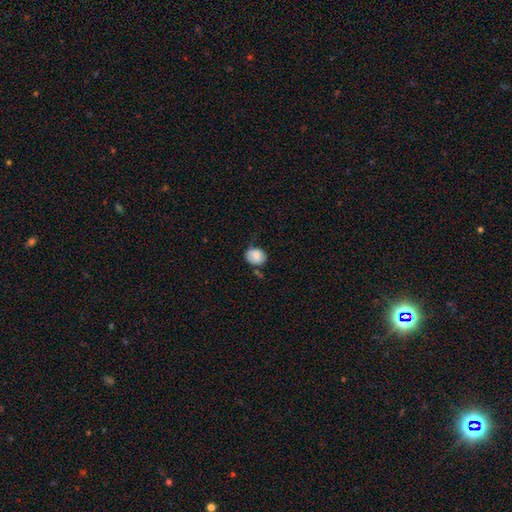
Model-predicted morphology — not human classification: Overall: smooth (76%). How rounded: round (53%; in between 46%). Merging: none (53%; minor disturbance 32%).